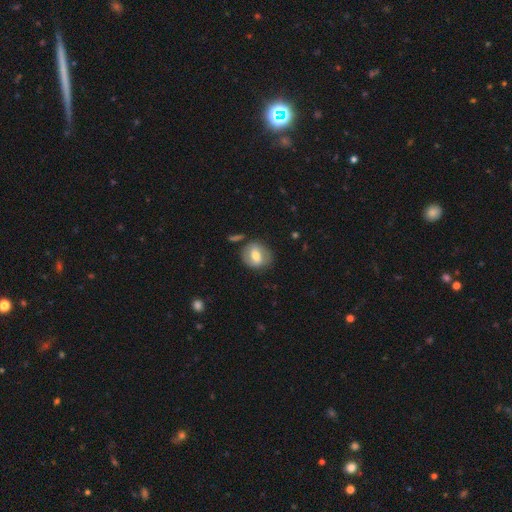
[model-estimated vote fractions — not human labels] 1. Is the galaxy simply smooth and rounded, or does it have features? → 51% smooth, 42% featured or disk, 7% star or artifact.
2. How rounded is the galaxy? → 67% round, 32% in between, 1% cigar-shaped.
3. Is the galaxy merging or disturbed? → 74% none, 16% minor disturbance, 6% major disturbance, 4% merger.